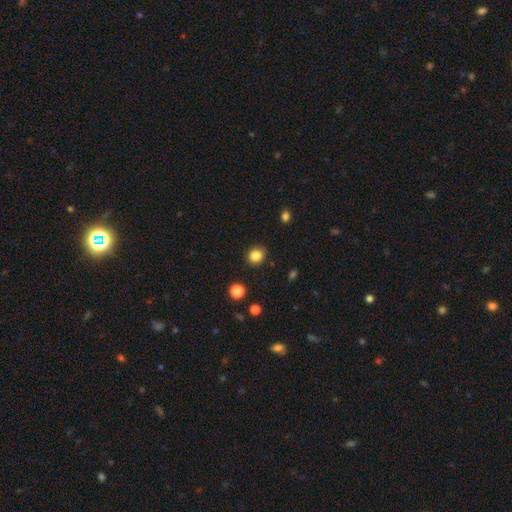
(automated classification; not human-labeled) Smooth or featured?
  - smooth: 84% *
  - star or artifact: 11%
  - featured or disk: 4%
How rounded?
  - round: 80% *
  - in between: 19%
  - cigar-shaped: 1%
Merging?
  - none: 85% *
  - minor disturbance: 11%
  - major disturbance: 3%
  - merger: 2%